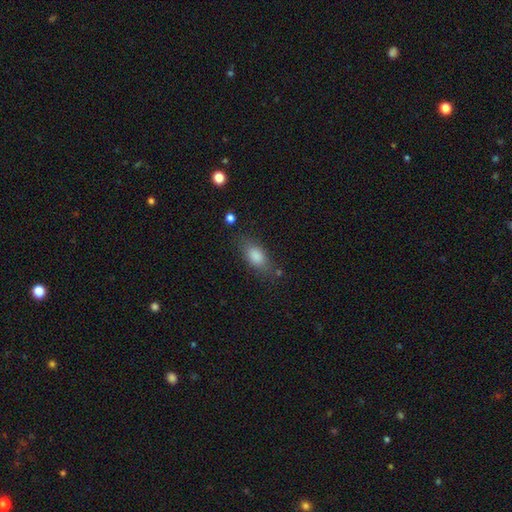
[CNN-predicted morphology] A smooth galaxy with no disk features (79%) that is in between round and cigar-shaped (79%).

Vote fractions:
- Smooth or featured? smooth: 79% / featured or disk: 11% / star or artifact: 9%
- How rounded? in between: 79% / cigar-shaped: 16% / round: 6%
- Merging? none: 75% / minor disturbance: 16% / major disturbance: 5% / merger: 3%